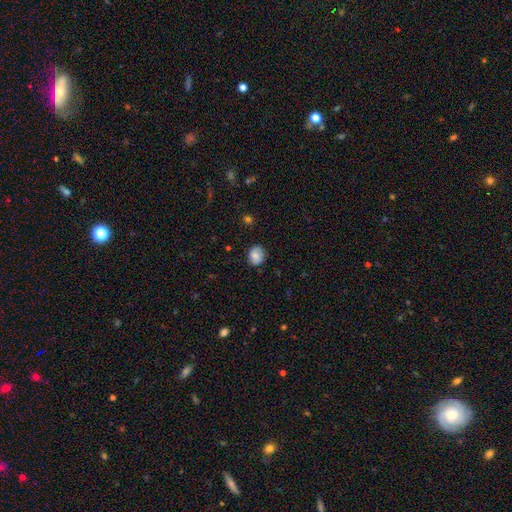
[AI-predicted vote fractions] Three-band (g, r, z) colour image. It shows a smooth galaxy with no disk features (78%) that is round (67%). Merging: none (81%).